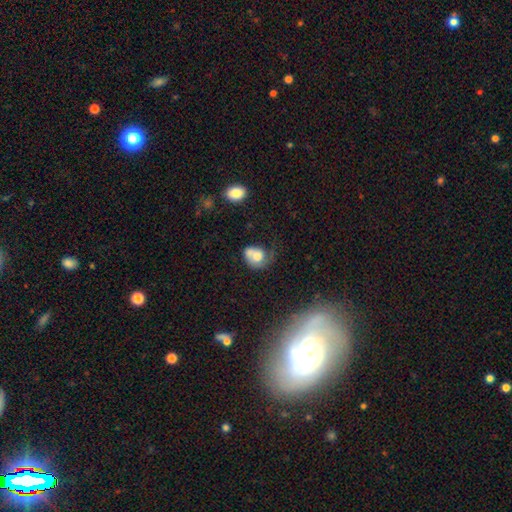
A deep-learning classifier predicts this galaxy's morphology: Smooth or featured: smooth — 60% (featured or disk — 31%)
How rounded: round — 53% (in between — 46%)
Merging: merger — 28% (none — 26%)